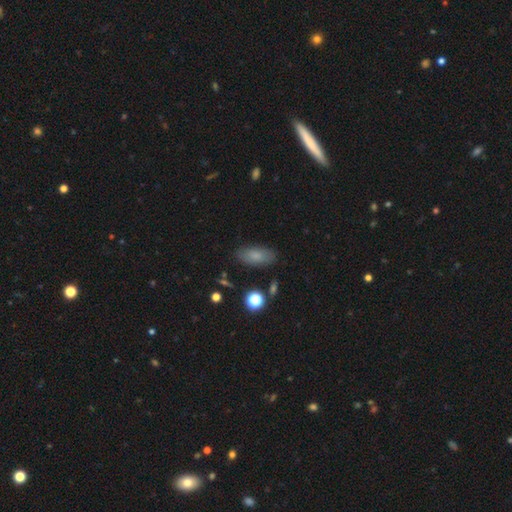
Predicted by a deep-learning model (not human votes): Morphology: type=smooth (78%); roundness=in between (86%); merging=none (83%).